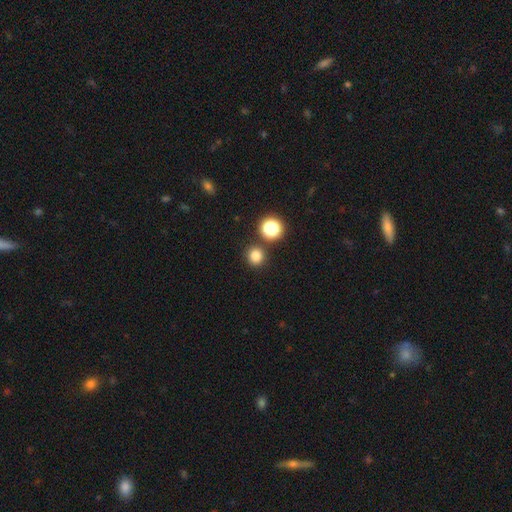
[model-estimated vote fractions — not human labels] This appears to be a smooth galaxy with no disk features (80%) that is round (92%). Merging: none (85%).